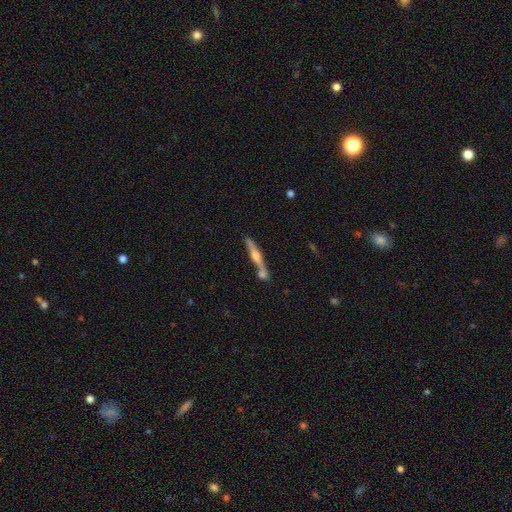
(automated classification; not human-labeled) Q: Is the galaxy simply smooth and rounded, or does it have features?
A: featured or disk — 72%.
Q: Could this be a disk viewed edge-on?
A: yes — 96%.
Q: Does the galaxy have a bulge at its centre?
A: rounded — 89%.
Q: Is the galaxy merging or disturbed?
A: none — 65%.